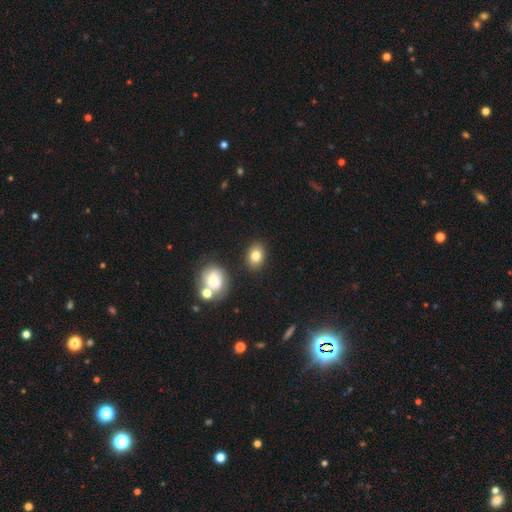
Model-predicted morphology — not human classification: Overall: smooth (81%). How rounded: in between (65%; round 34%). Merging: none (84%).